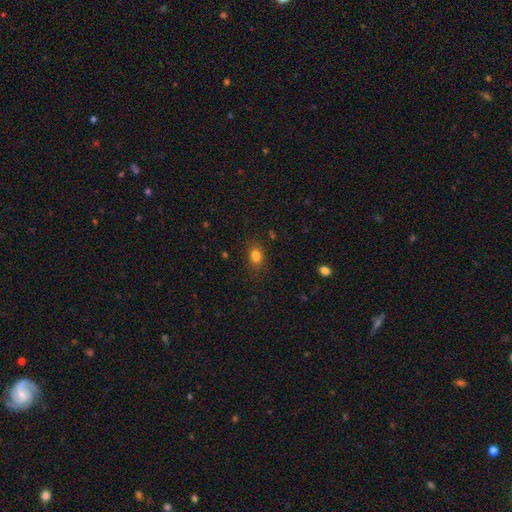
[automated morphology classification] Q: Smooth or featured?
A: smooth (82%); runner-up: star or artifact (12%)
Q: How rounded?
A: in between (67%); runner-up: round (31%)
Q: Merging?
A: none (82%); runner-up: minor disturbance (13%)